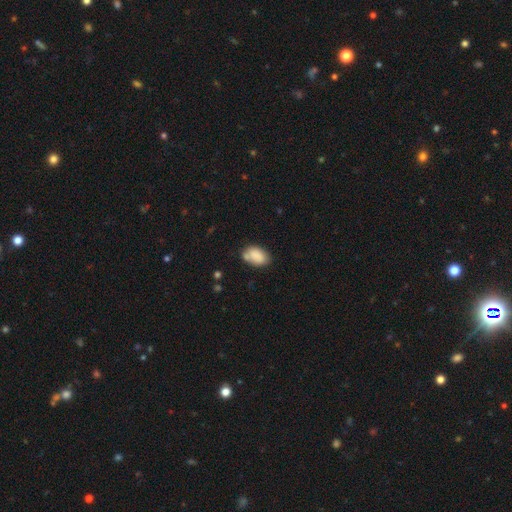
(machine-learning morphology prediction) Q: Smooth or featured?
A: smooth (84%); runner-up: featured or disk (8%)
Q: How rounded?
A: in between (88%); runner-up: round (11%)
Q: Merging?
A: none (61%); runner-up: minor disturbance (22%)